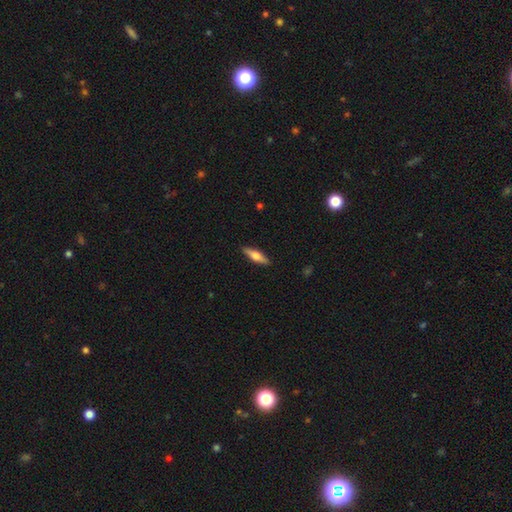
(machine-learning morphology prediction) Smooth or featured? smooth (54%)
How rounded? cigar-shaped (62%)
Merging? none (89%)